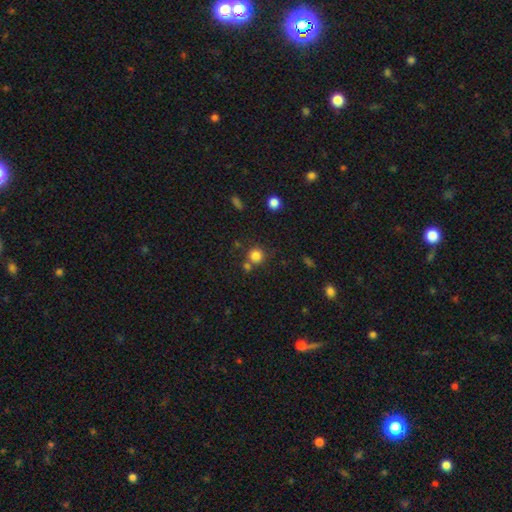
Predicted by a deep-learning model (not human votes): Smooth or featured? smooth (82%)
How rounded? round (91%)
Merging? none (67%)